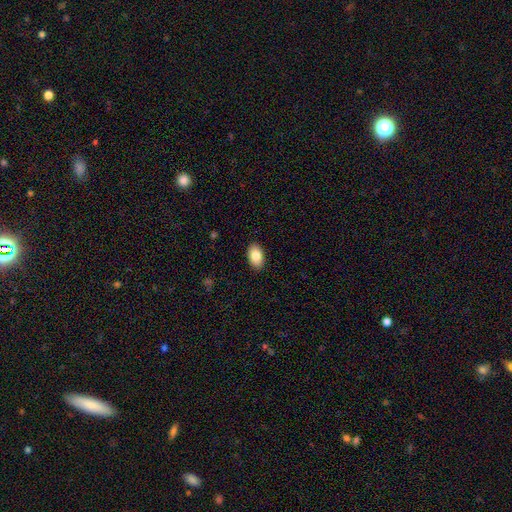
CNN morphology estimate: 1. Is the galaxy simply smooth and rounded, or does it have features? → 85% smooth, 9% featured or disk, 7% star or artifact.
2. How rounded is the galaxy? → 93% in between, 6% round, 1% cigar-shaped.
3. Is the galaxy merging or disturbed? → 89% none, 8% minor disturbance, 2% major disturbance, 1% merger.